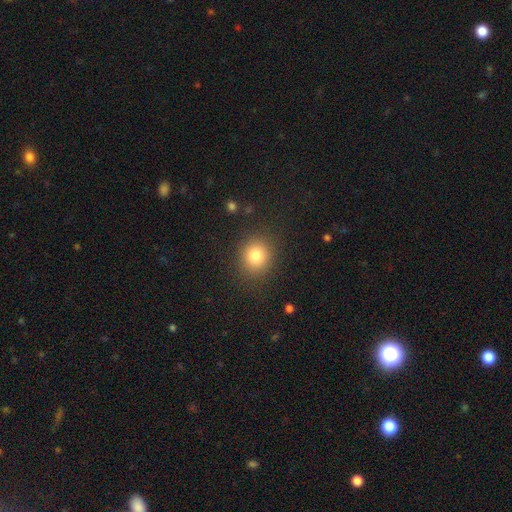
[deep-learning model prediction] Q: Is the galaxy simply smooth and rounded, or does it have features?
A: smooth — 80%.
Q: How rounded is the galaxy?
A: round — 82%.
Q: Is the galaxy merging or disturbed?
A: none — 87%.